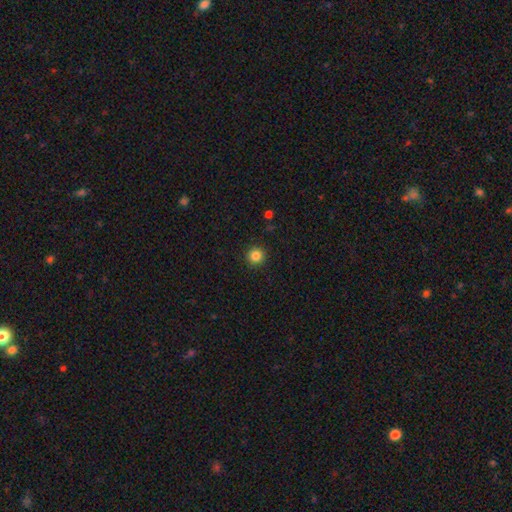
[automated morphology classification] smooth-or-featured: smooth: 85% | star or artifact: 11% | featured or disk: 4%
  how-rounded: round: 95% | in between: 4% | cigar-shaped: 1%
  merging: none: 92% | minor disturbance: 5% | major disturbance: 2% | merger: 1%